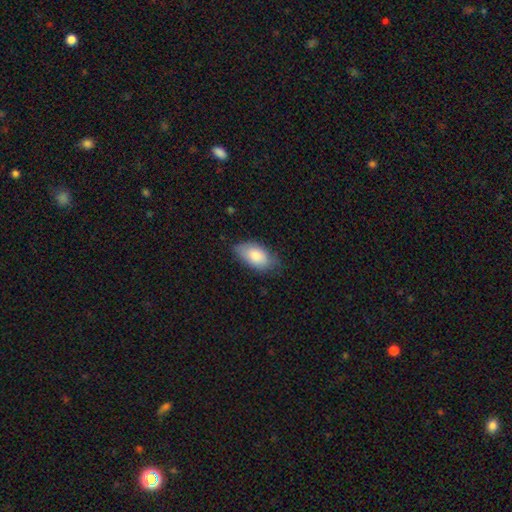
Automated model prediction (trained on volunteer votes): Morphology: type=smooth (82%); roundness=in between (94%); merging=none (72%).